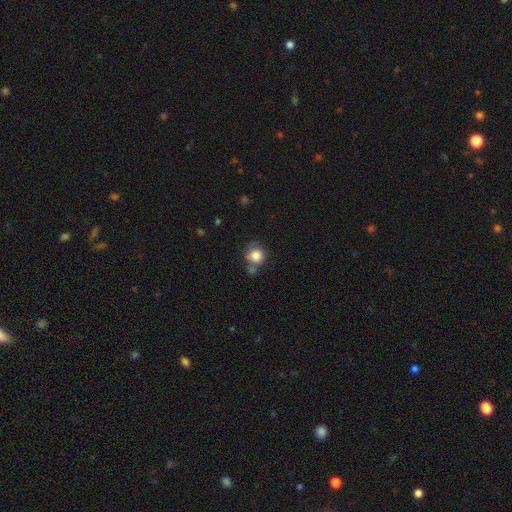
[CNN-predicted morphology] Q: Smooth or featured?
A: smooth (84%); runner-up: star or artifact (9%)
Q: How rounded?
A: round (88%); runner-up: in between (11%)
Q: Merging?
A: none (57%); runner-up: merger (19%)